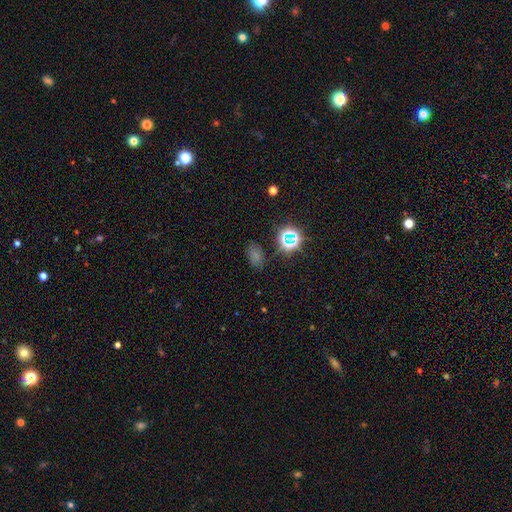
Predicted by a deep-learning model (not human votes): Q: Smooth or featured?
A: smooth (58%); runner-up: star or artifact (34%)
Q: How rounded?
A: in between (79%); runner-up: round (19%)
Q: Merging?
A: none (77%); runner-up: minor disturbance (15%)